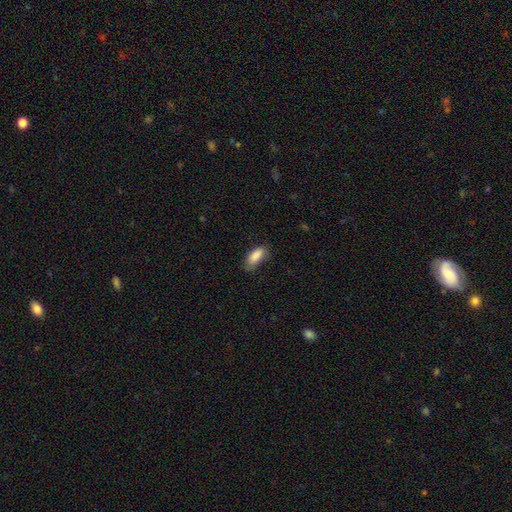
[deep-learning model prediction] Smooth or featured? Predicted: smooth (p=0.87). How rounded? Predicted: in between (p=0.83). Merging? Predicted: none (p=0.65).